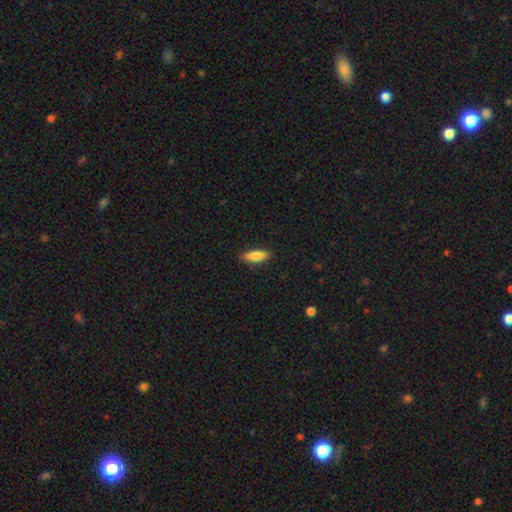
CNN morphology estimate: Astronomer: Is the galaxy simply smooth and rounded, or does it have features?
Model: smooth — 83%.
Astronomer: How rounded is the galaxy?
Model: in between — 62%.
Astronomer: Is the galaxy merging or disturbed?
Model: none — 87%.